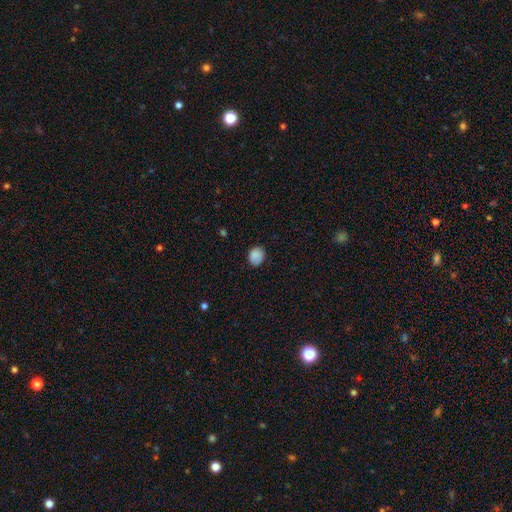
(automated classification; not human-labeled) A smooth galaxy with no disk features (86%) that is round (61%). Merging: none (81%).